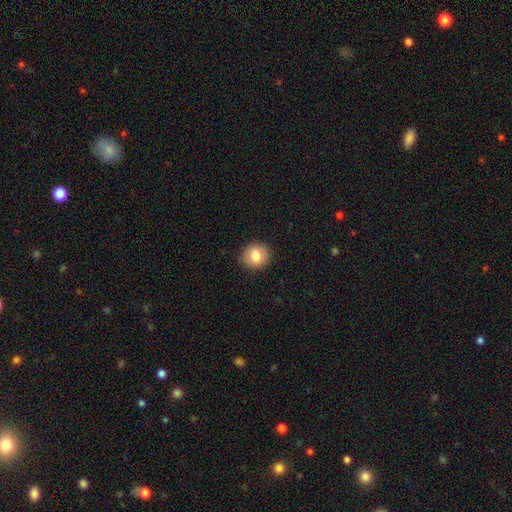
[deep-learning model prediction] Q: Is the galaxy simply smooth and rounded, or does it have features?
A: smooth — 80%.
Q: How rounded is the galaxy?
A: round — 80%.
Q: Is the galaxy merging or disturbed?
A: none — 90%.